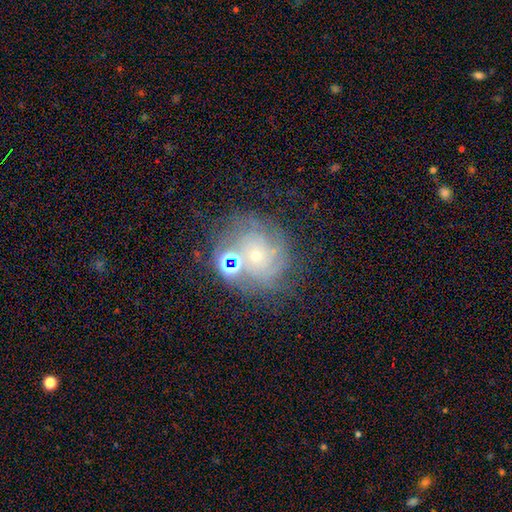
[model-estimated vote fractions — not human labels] Smooth or featured: featured or disk — 63% (star or artifact — 19%)
Edge-on disk: no — 97% (yes — 3%)
Bar: no — 82% (weak — 14%)
Spiral arms: yes — 86% (no — 14%)
Spiral winding: tight — 67% (medium — 25%)
Spiral arm count: can't tell — 44% (4 — 16%)
Bulge size: small — 69% (moderate — 25%)
Merging: none — 64% (minor disturbance — 17%)